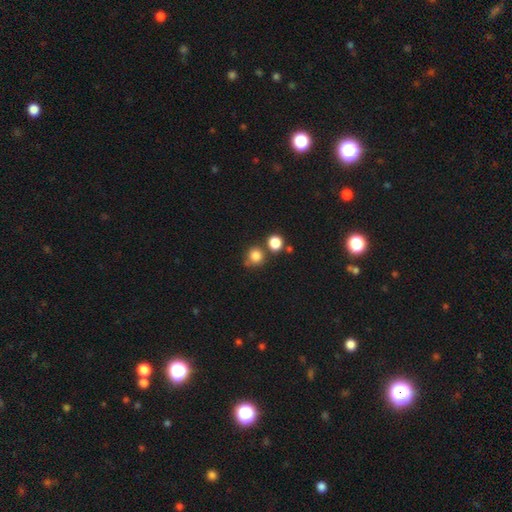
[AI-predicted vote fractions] The model was most divided on "merging": none: 68%, merger: 18%, minor disturbance: 10%, major disturbance: 4%. More confident: how rounded — round (90%); smooth or featured — smooth (82%).